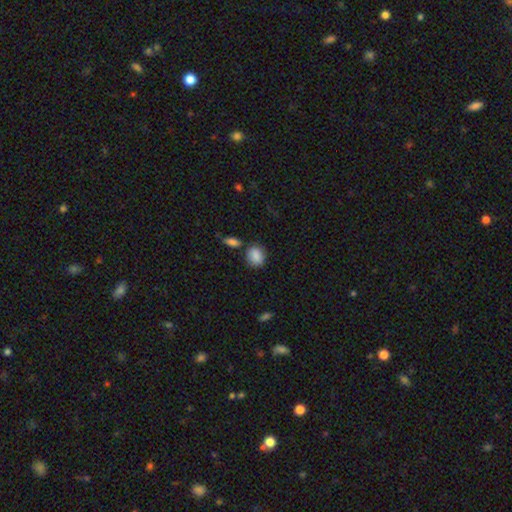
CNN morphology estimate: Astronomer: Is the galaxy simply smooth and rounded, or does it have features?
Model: smooth — 87%.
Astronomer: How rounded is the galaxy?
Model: round — 54% (runner-up: in between, 44%).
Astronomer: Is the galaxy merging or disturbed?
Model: none — 74%.